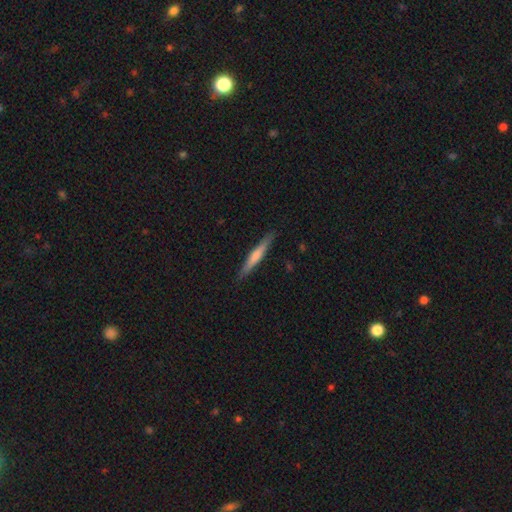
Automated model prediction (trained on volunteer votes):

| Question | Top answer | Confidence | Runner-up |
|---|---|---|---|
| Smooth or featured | featured or disk | 50% | smooth (44%) |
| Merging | none | 90% | minor disturbance (7%) |